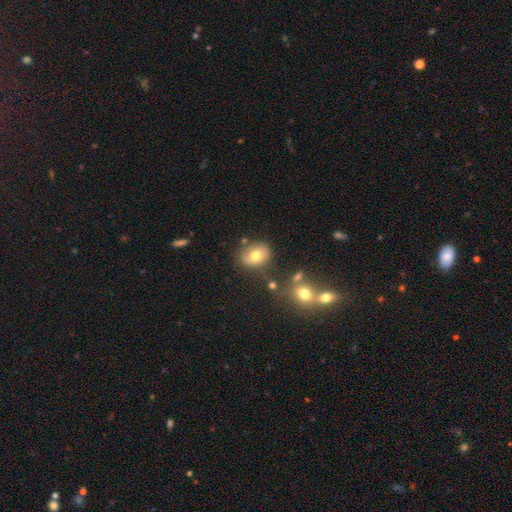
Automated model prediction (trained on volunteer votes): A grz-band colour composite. It shows a smooth galaxy with no disk features (65%) that is round (53%). Merging: none (68%).